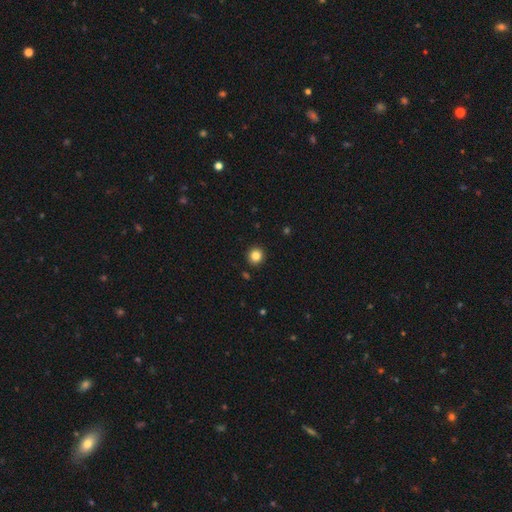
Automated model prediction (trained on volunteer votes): A smooth galaxy with no disk features (84%) that is round (91%).

Vote fractions:
- Smooth or featured? smooth: 84% / star or artifact: 11% / featured or disk: 5%
- How rounded? round: 91% / in between: 8% / cigar-shaped: 1%
- Merging? none: 92% / minor disturbance: 5% / major disturbance: 2% / merger: 1%